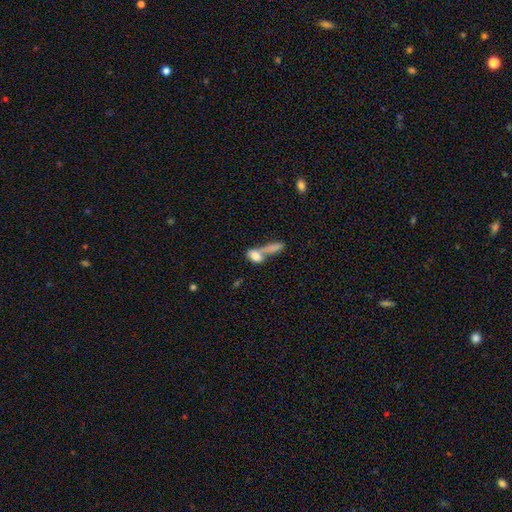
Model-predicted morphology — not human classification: A smooth galaxy with no disk features (75%) that is in between round and cigar-shaped (72%). Merging: merger (67%).